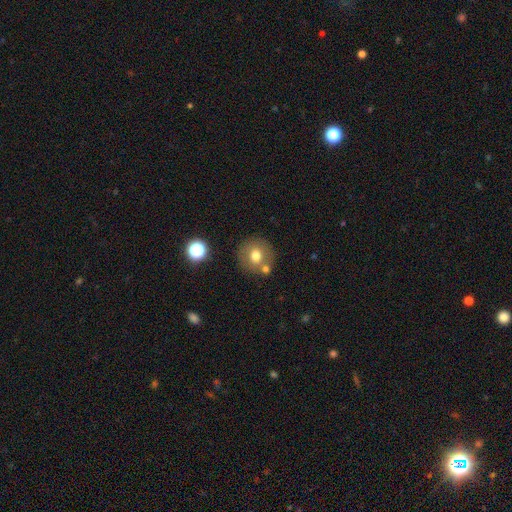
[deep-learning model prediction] This appears to be a smooth galaxy with no disk features (69%) that is round (88%). Merging: none (70%).